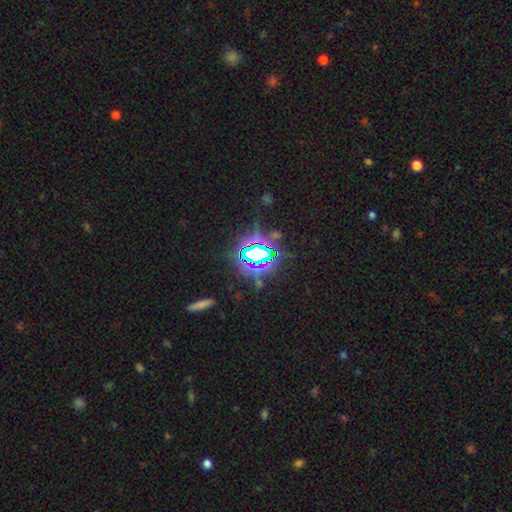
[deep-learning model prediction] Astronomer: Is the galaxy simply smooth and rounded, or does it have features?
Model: star or artifact — 76%.